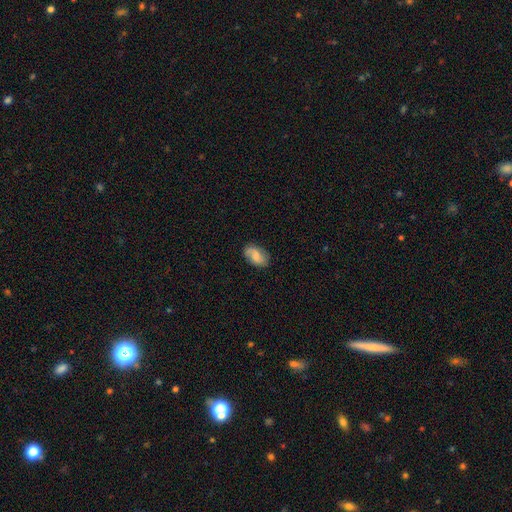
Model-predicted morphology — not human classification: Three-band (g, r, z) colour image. It shows a smooth galaxy with no disk features (63%) that is in between round and cigar-shaped (90%). Merging: none (77%).